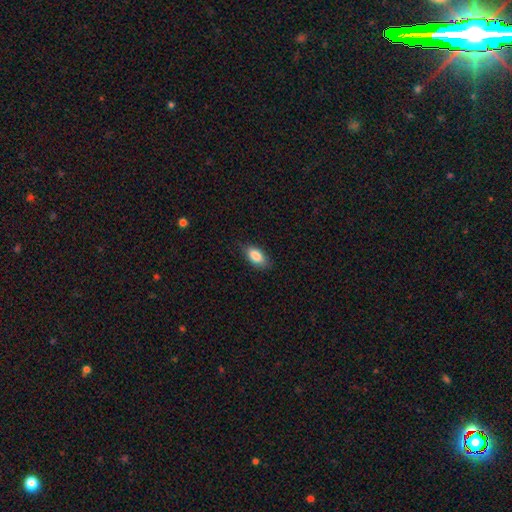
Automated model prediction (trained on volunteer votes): smooth 86%, star or artifact 7%, featured or disk 7%. Down the decision tree: how rounded — in between (90%); merging — none (82%).